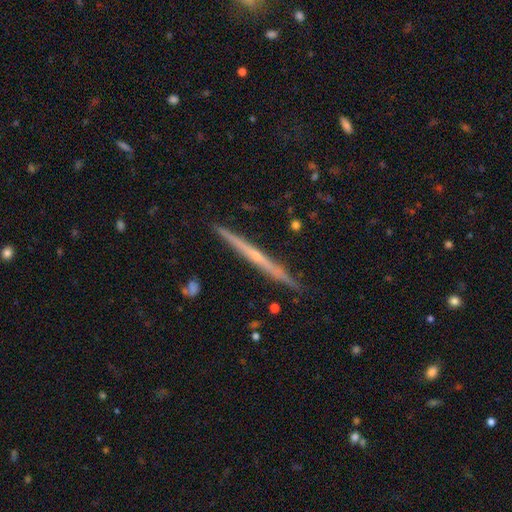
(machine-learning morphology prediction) This appears to be a featured or disk galaxy (74%) viewed edge-on (98%) with a rounded central bulge (58%). Merging: none (90%).